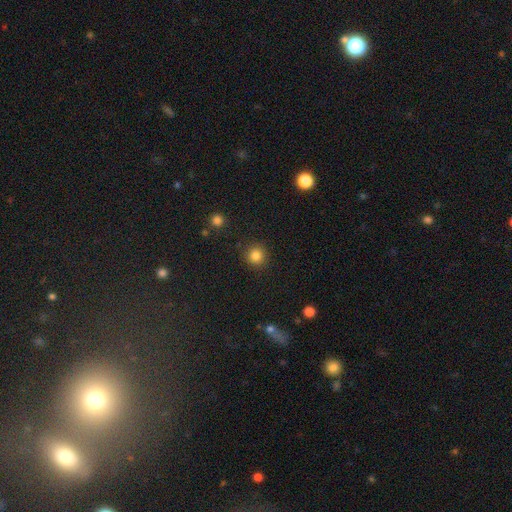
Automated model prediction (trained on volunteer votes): A smooth galaxy with no disk features (84%) that is round (93%). Merging: none (90%).